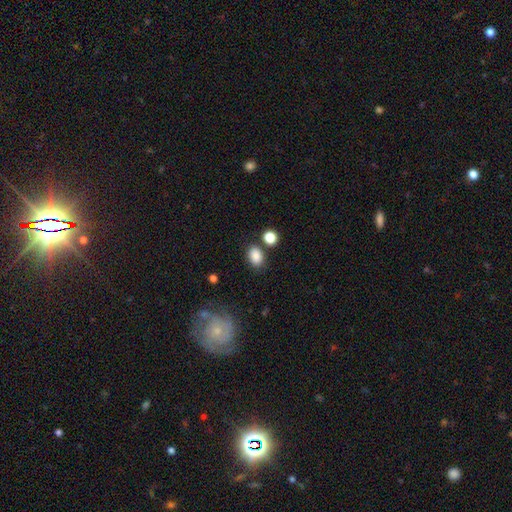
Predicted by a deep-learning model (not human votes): The model was most divided on "how rounded": in between: 74%, round: 25%, cigar-shaped: 1%. More confident: smooth or featured — smooth (86%); merging — none (74%).